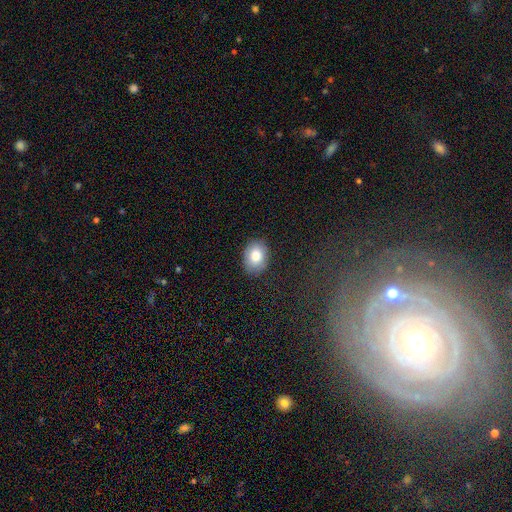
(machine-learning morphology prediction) Overall: smooth (82%). How rounded: in between (74%). Merging: none (86%).